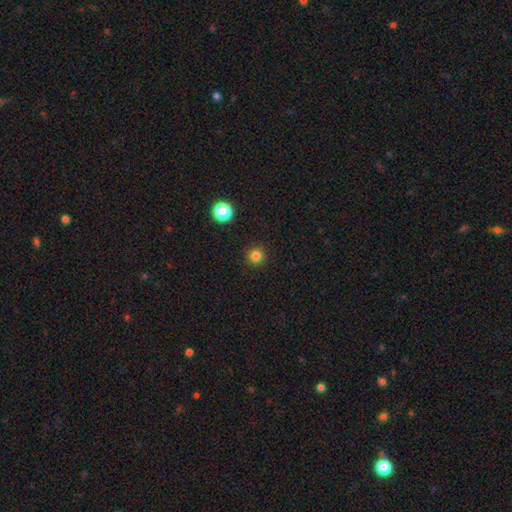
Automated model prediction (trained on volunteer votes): Q: Smooth or featured?
A: smooth (82%); runner-up: star or artifact (14%)
Q: How rounded?
A: round (95%); runner-up: in between (4%)
Q: Merging?
A: none (92%); runner-up: minor disturbance (5%)